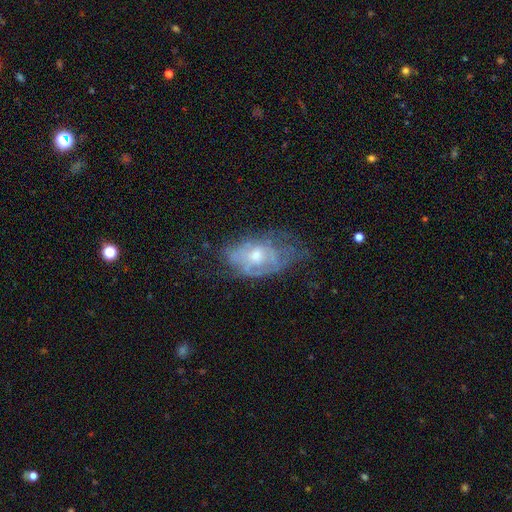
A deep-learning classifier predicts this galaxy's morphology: Overall: featured or disk (66%). Edge-on disk: no (93%). Bar: no (79%). Spiral arms: yes (53%; no 47%). Bulge size: moderate (62%; small 28%). Merging: none (46%; minor disturbance 28%).